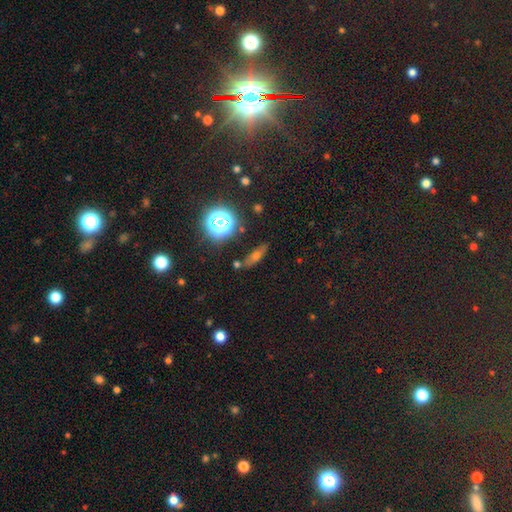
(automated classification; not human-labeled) This is marginally a smooth galaxy (42%). Merging: clearly none (82%).